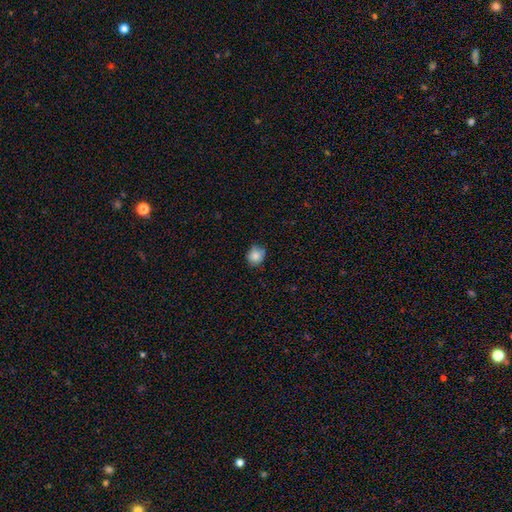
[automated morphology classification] smooth_or_featured: smooth (p=0.81) [alt: star or artifact p=0.10]
how_rounded: round (p=0.76) [alt: in between p=0.23]
merging: none (p=0.73) [alt: minor disturbance p=0.22]